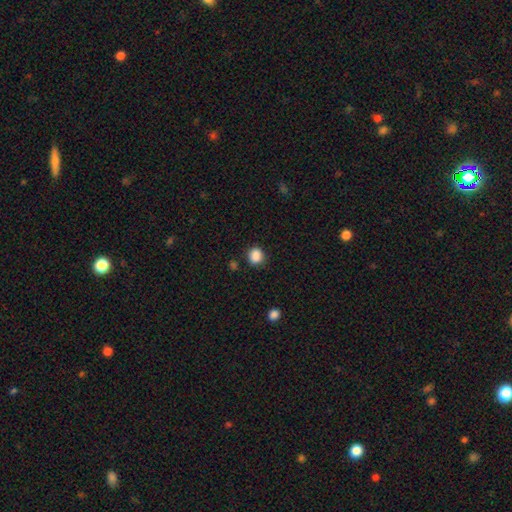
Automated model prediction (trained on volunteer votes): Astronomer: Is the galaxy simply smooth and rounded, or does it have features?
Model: smooth — 87%.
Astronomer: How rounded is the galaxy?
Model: round — 77%.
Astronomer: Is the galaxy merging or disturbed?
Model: none — 84%.